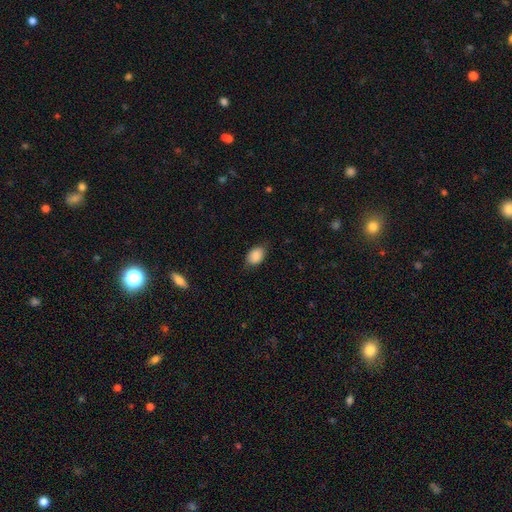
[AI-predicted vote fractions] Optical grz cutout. It shows a smooth galaxy with no disk features (86%) that is in between round and cigar-shaped (81%). Merging: none (75%).